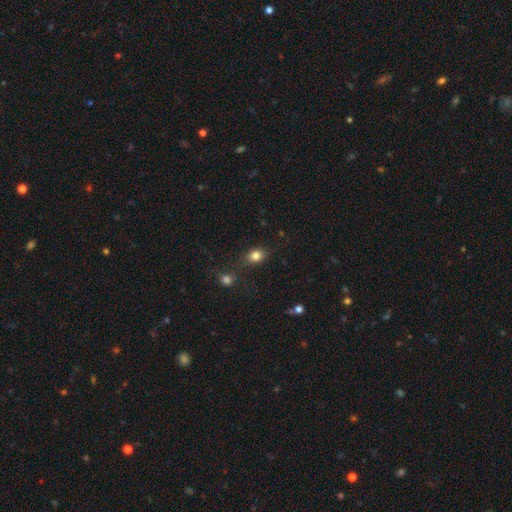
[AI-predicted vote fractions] smooth 81%, star or artifact 12%, featured or disk 7%. Down the decision tree: how rounded — round (56%); merging — none (69%).